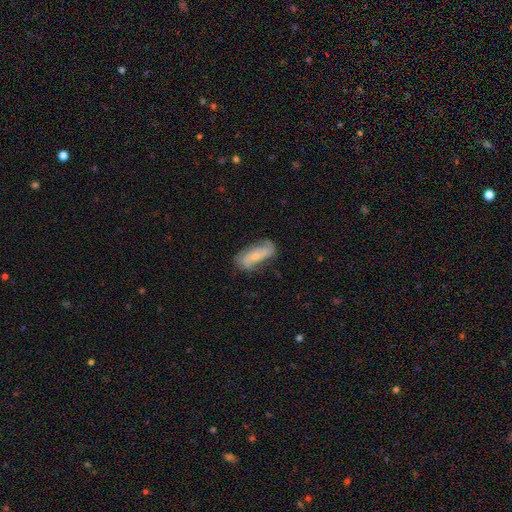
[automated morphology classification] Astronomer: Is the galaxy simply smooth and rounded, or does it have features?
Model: featured or disk — 68%.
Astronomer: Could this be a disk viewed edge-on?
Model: no — 91%.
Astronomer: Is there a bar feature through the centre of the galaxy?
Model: no — 52% (runner-up: weak, 31%).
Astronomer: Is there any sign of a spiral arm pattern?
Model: yes — 90%.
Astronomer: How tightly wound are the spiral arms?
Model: loose — 41% (runner-up: medium, 37%).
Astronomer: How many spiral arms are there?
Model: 2 — 80%.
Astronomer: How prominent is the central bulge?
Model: small — 64%.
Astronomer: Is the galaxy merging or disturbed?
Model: none — 68%.